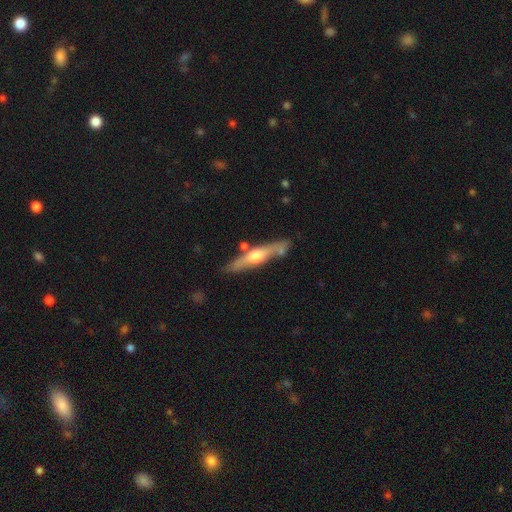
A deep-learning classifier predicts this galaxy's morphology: type=featured or disk (63%); edge-on=yes (93%); edge-on bulge=rounded (90%); merging=none (75%).